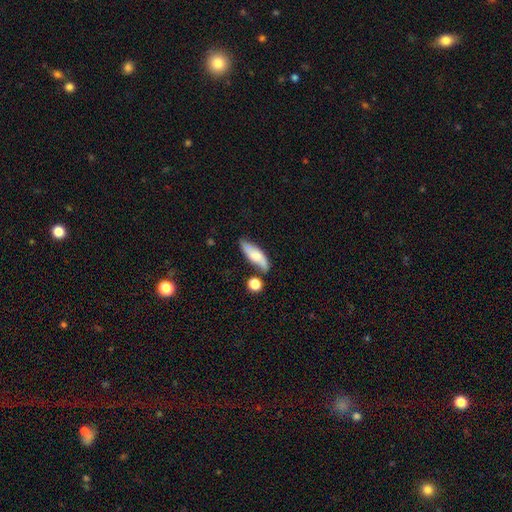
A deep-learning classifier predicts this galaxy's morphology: smooth_or_featured: smooth (p=0.59) [alt: featured or disk p=0.34]
how_rounded: in between (p=0.55) [alt: cigar-shaped p=0.42]
merging: none (p=0.64) [alt: minor disturbance p=0.20]